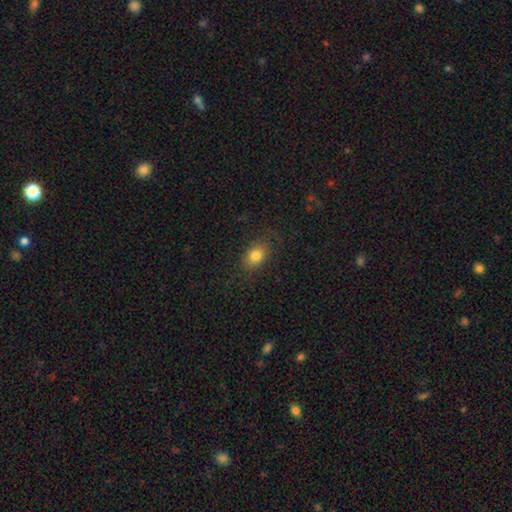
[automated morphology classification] This appears to be a smooth galaxy with no disk features (81%) that is in between round and cigar-shaped (72%). Merging: none (82%).